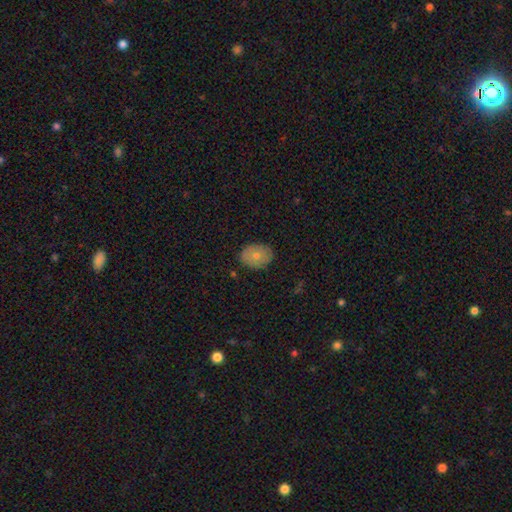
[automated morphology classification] smooth 72%, featured or disk 20%, star or artifact 8%. Down the decision tree: how rounded — in between (51%); merging — none (83%).